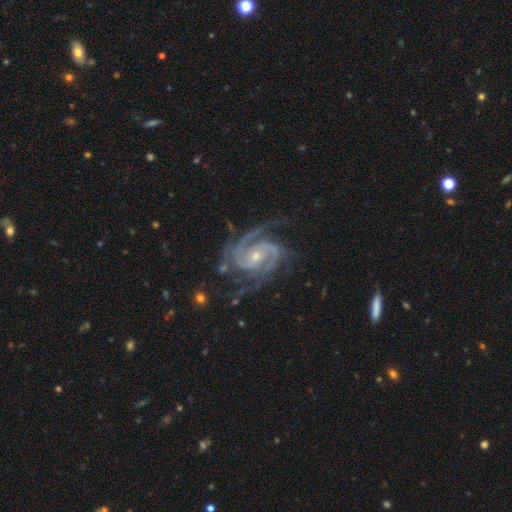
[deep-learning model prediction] Morphology: type=featured or disk (93%); edge-on=no (98%); bar=no (52%); spiral arms=yes (99%); winding=tight (50%); arm count=2 (58%); bulge=small (64%); merging=none (69%).